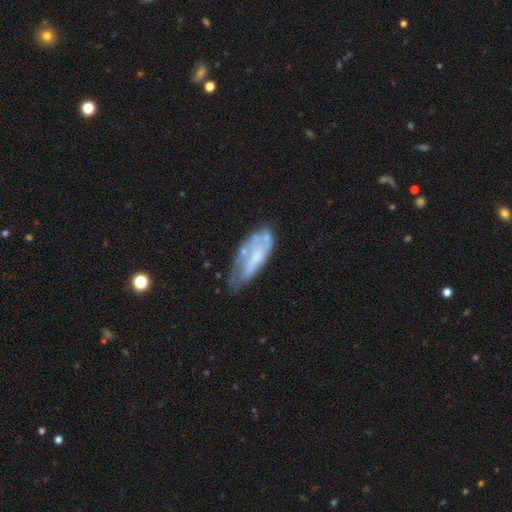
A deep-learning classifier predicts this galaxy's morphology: type=featured or disk (56%); edge-on=no (86%); merging=none (42%).